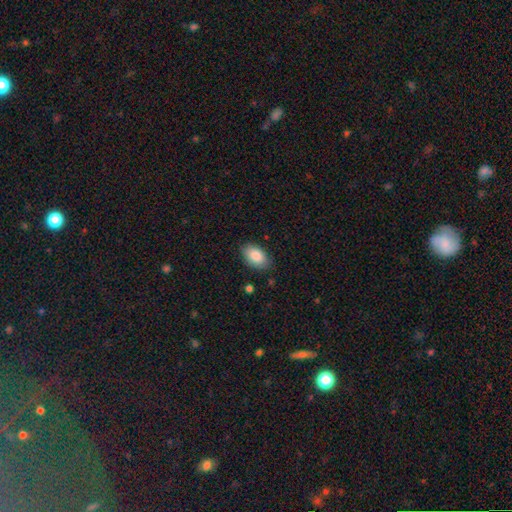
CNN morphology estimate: smooth_or_featured: smooth (p=0.87) [alt: featured or disk p=0.07]
how_rounded: in between (p=0.93) [alt: round p=0.06]
merging: none (p=0.83) [alt: minor disturbance p=0.13]